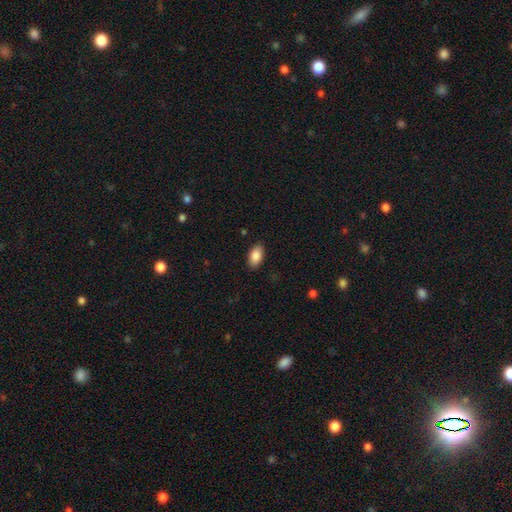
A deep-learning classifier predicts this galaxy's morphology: smooth_or_featured: smooth (p=0.87) [alt: star or artifact p=0.07]
how_rounded: in between (p=0.94) [alt: round p=0.04]
merging: none (p=0.88) [alt: minor disturbance p=0.09]